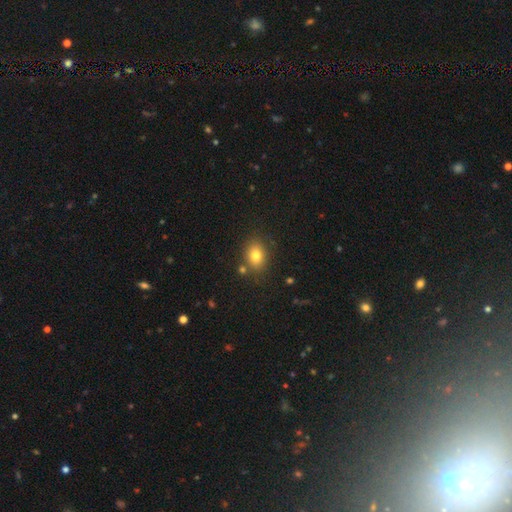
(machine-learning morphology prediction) smooth_or_featured: smooth (p=0.80) [alt: star or artifact p=0.11]
how_rounded: in between (p=0.60) [alt: round p=0.39]
merging: none (p=0.79) [alt: minor disturbance p=0.11]